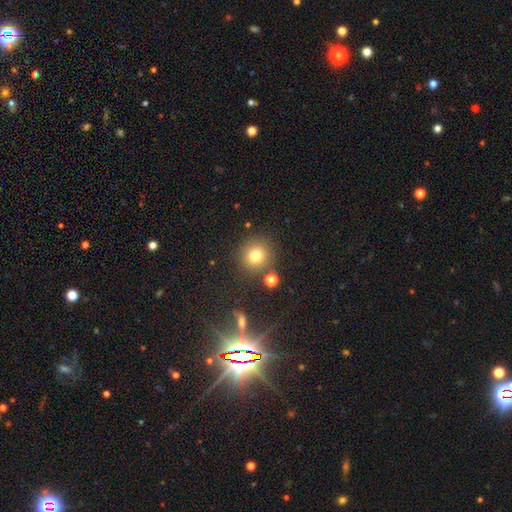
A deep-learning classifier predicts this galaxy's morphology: The model was most divided on "smooth or featured": smooth: 76%, star or artifact: 15%, featured or disk: 9%. More confident: how rounded — round (90%); merging — none (81%).